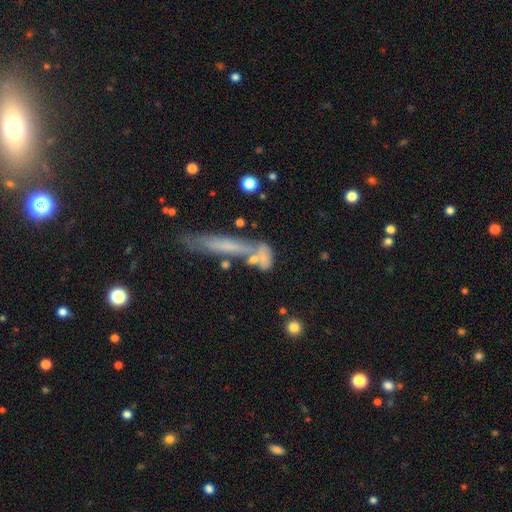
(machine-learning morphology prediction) This is possibly a smooth galaxy (51%). How rounded: likely cigar-shaped (75%). Merging: possibly none (48%).